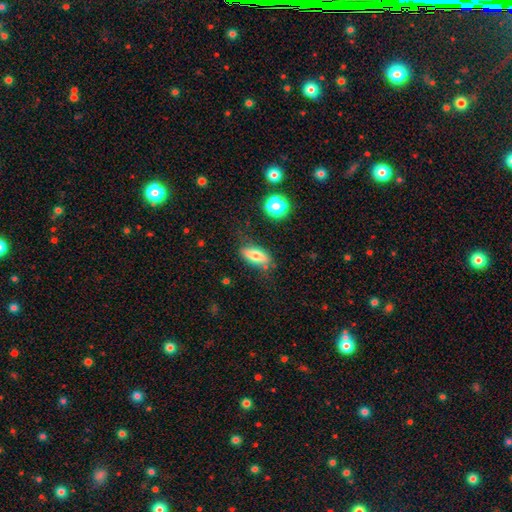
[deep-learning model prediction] This appears to be a smooth galaxy with no disk features (71%) that is in between round and cigar-shaped (72%). Merging: none (71%).